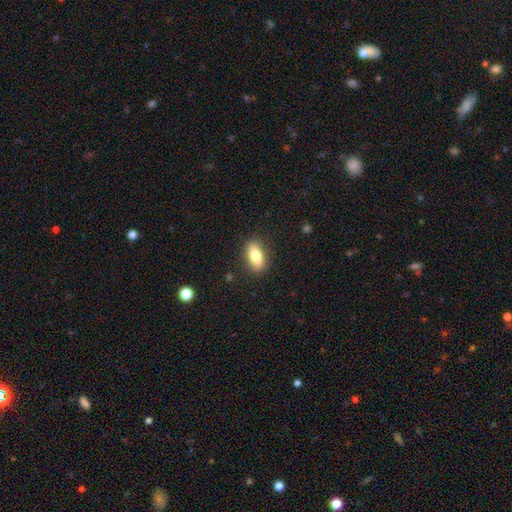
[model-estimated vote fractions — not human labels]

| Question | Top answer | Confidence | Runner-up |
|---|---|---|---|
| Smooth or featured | smooth | 79% | featured or disk (14%) |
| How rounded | in between | 79% | cigar-shaped (16%) |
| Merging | none | 87% | minor disturbance (9%) |